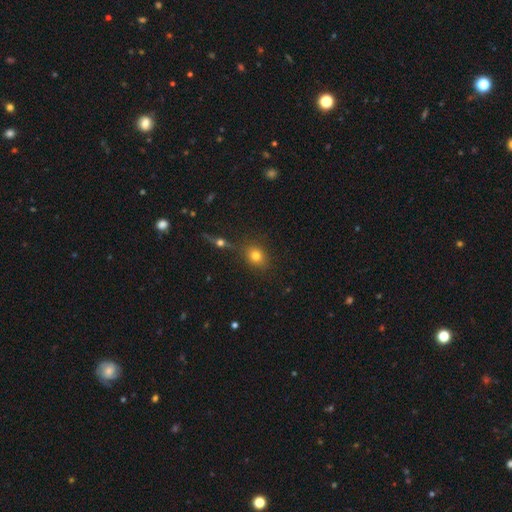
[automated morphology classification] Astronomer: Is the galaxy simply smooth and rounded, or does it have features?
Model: smooth — 73%.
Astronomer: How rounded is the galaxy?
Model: round — 61% (runner-up: in between, 37%).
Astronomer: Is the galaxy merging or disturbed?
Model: none — 78%.